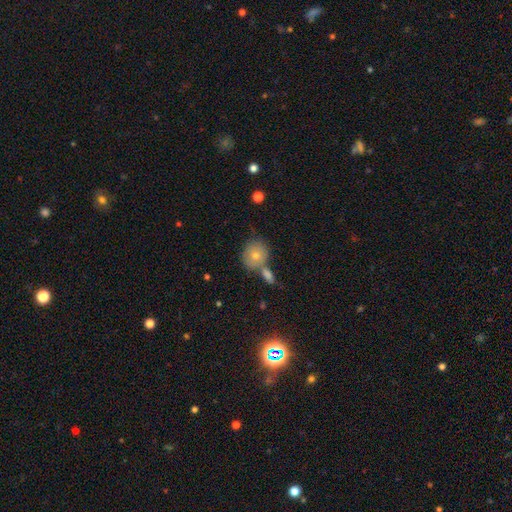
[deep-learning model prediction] This appears to be a smooth galaxy with no disk features (59%) that is round (79%). Merging: none (60%).